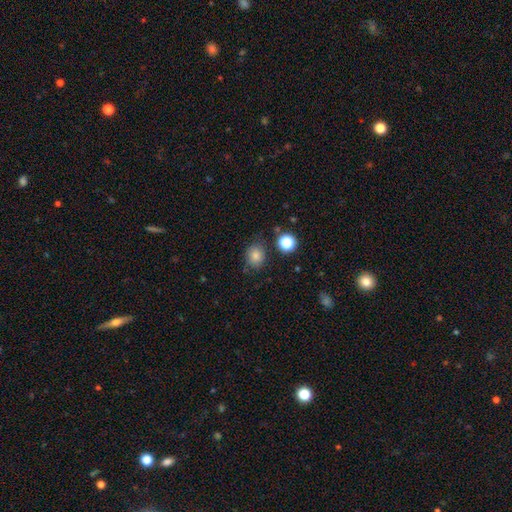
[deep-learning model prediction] smooth_or_featured: smooth (p=0.82) [alt: star or artifact p=0.12]
how_rounded: round (p=0.54) [alt: in between p=0.45]
merging: none (p=0.75) [alt: minor disturbance p=0.17]